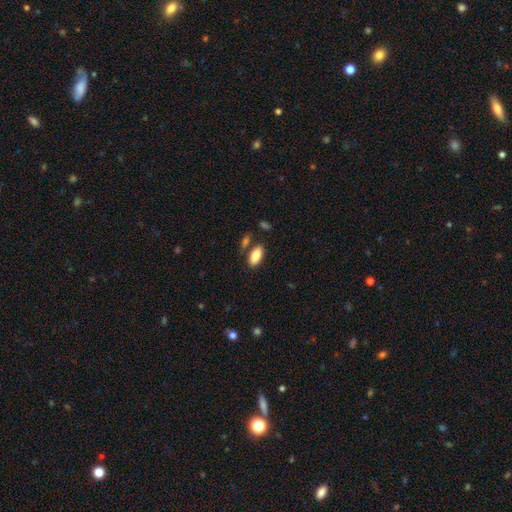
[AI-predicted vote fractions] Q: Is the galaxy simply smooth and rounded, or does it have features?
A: smooth — 87%.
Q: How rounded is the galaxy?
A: in between — 90%.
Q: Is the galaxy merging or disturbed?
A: none — 75%.